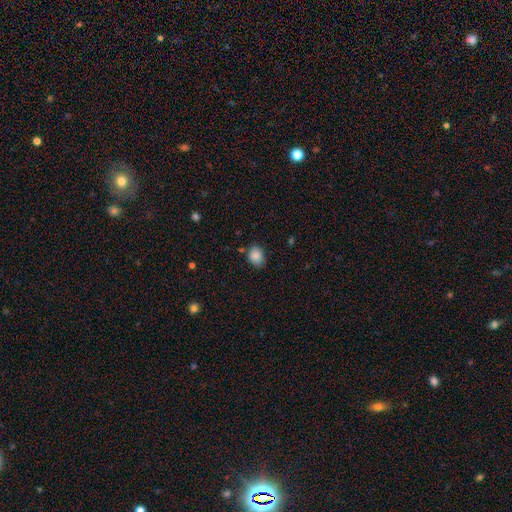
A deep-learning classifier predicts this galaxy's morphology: smooth-or-featured: smooth: 87% | star or artifact: 9% | featured or disk: 5%
  how-rounded: in between: 58% | round: 41% | cigar-shaped: 1%
  merging: none: 74% | minor disturbance: 19% | major disturbance: 4% | merger: 3%